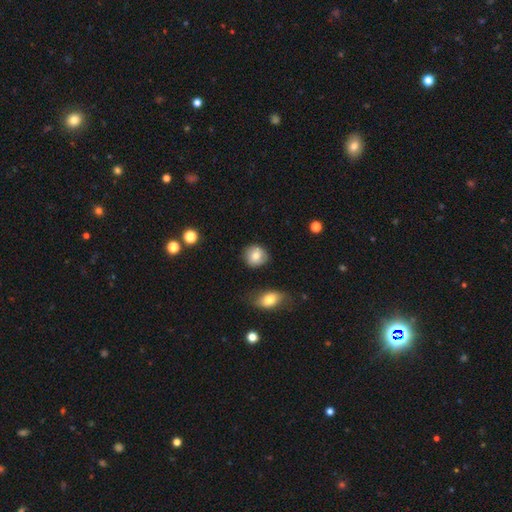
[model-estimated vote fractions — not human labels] Smooth or featured?
  - smooth: 77% *
  - featured or disk: 14%
  - star or artifact: 8%
How rounded?
  - round: 85% *
  - in between: 14%
  - cigar-shaped: 1%
Merging?
  - none: 80% *
  - minor disturbance: 13%
  - major disturbance: 4%
  - merger: 3%